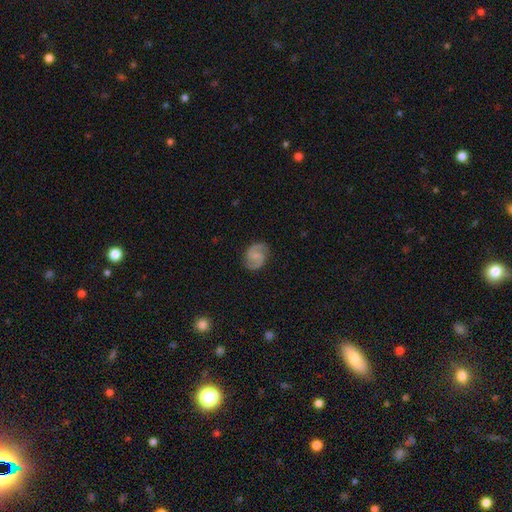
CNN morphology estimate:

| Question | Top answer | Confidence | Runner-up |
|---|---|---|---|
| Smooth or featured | featured or disk | 84% | smooth (11%) |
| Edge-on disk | no | 98% | yes (2%) |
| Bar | weak | 50% | no (38%) |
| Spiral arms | yes | 97% | no (3%) |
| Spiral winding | medium | 57% | loose (23%) |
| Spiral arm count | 2 | 93% | can't tell (2%) |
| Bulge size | small | 42% | none (39%) |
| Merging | none | 84% | minor disturbance (11%) |